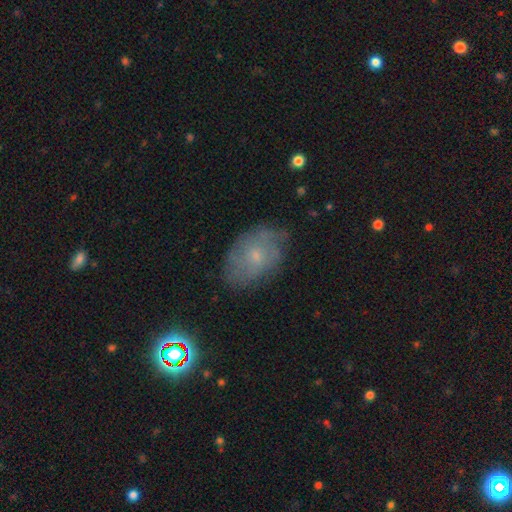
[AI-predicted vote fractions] Q: Smooth or featured?
A: featured or disk (46%); runner-up: smooth (41%)
Q: Merging?
A: none (73%); runner-up: minor disturbance (20%)